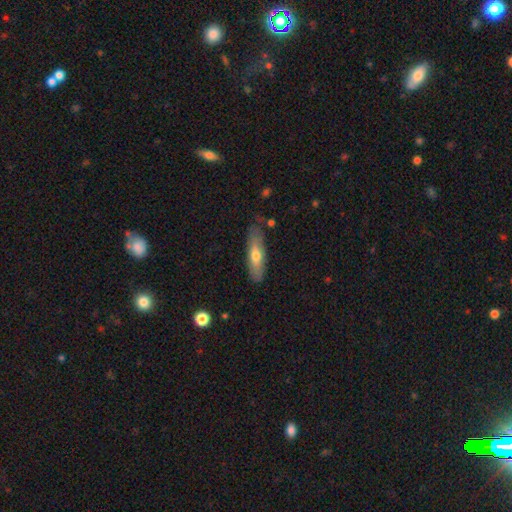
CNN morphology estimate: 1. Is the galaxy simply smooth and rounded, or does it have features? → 62% smooth, 32% featured or disk, 6% star or artifact.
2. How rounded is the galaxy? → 58% cigar-shaped, 40% in between, 2% round.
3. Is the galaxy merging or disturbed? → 75% none, 18% minor disturbance, 4% major disturbance, 2% merger.